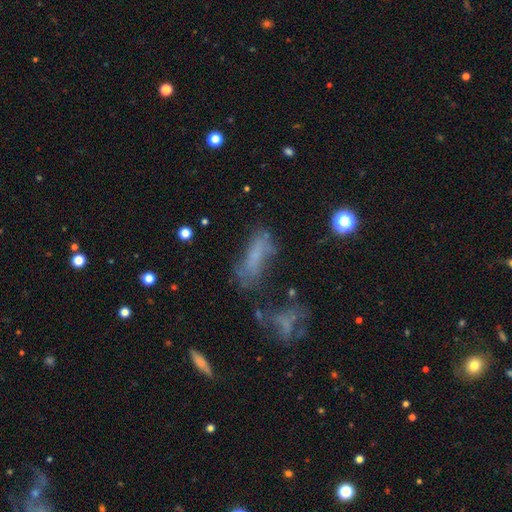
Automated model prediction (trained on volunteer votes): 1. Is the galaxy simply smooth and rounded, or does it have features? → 53% smooth, 27% featured or disk, 20% star or artifact.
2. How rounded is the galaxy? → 57% in between, 38% cigar-shaped, 5% round.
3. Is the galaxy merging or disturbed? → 42% none, 23% minor disturbance, 22% major disturbance, 13% merger.